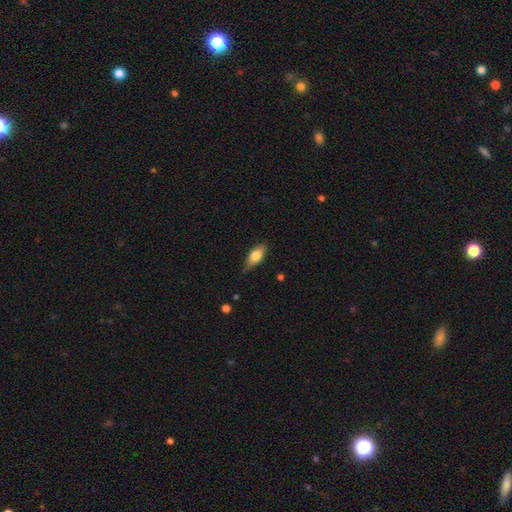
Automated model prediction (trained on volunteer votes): A smooth galaxy with no disk features (73%) that is in between round and cigar-shaped (83%). Merging: none (72%).